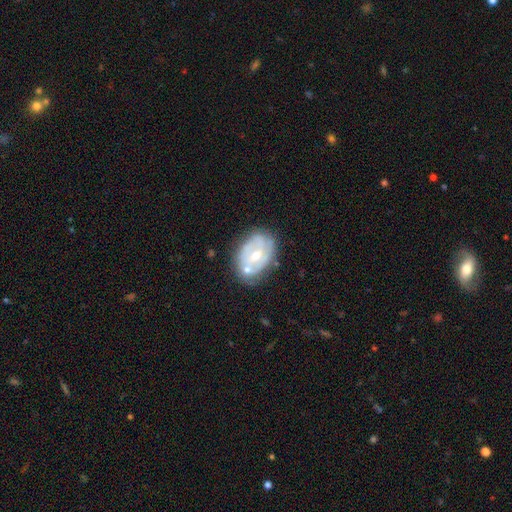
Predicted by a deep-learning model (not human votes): The model was most divided on "bar": no: 45%, weak: 42%, strong: 13%. Remaining: edge-on disk — no (96%); spiral arms — yes (73%); smooth or featured — featured or disk (73%); bulge size — moderate (58%); merging — none (57%); spiral winding — tight (51%); spiral arm count — 2 (42%).